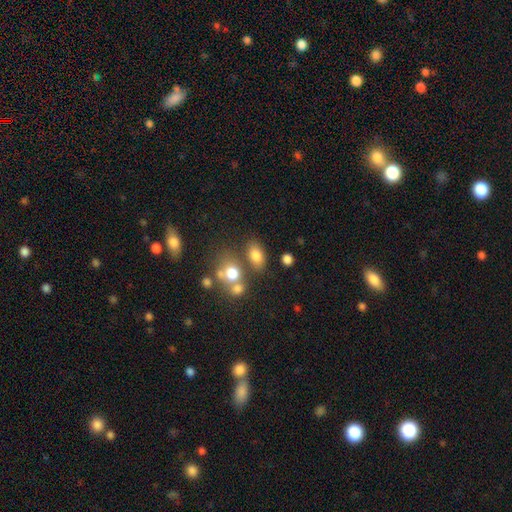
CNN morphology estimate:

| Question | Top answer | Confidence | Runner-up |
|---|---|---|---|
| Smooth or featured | smooth | 77% | star or artifact (12%) |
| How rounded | in between | 79% | round (19%) |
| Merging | none | 63% | merger (19%) |